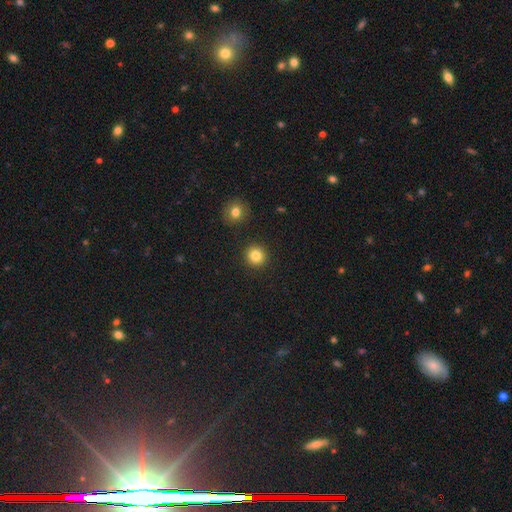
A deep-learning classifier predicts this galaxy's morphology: smooth 83%, star or artifact 11%, featured or disk 5%. Down the decision tree: how rounded — round (93%); merging — none (91%).